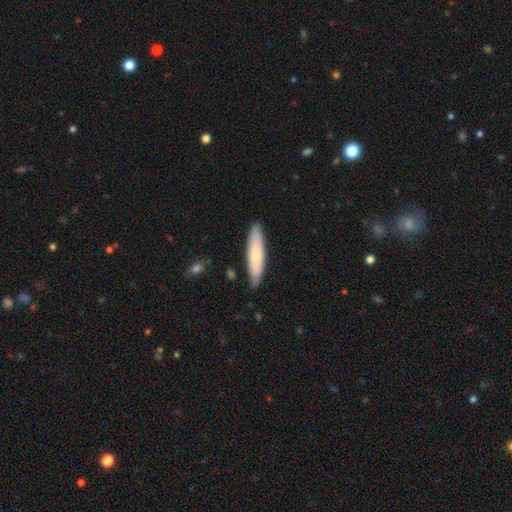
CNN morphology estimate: Smooth or featured: smooth — 71% (featured or disk — 24%)
How rounded: cigar-shaped — 78% (in between — 20%)
Merging: none — 82% (minor disturbance — 15%)